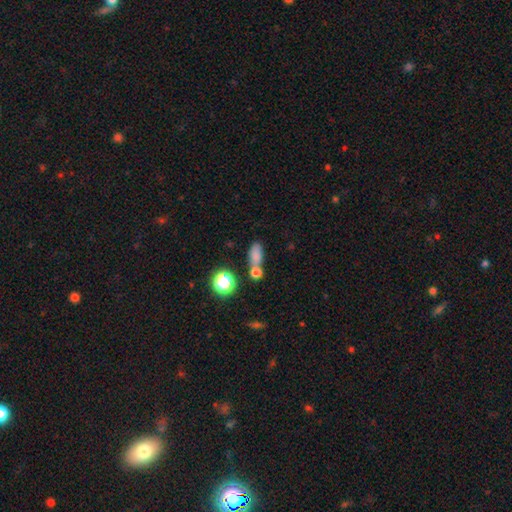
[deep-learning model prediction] smooth_or_featured: smooth (p=0.76) [alt: star or artifact p=0.16]
how_rounded: in between (p=0.71) [alt: round p=0.19]
merging: none (p=0.53) [alt: merger p=0.27]